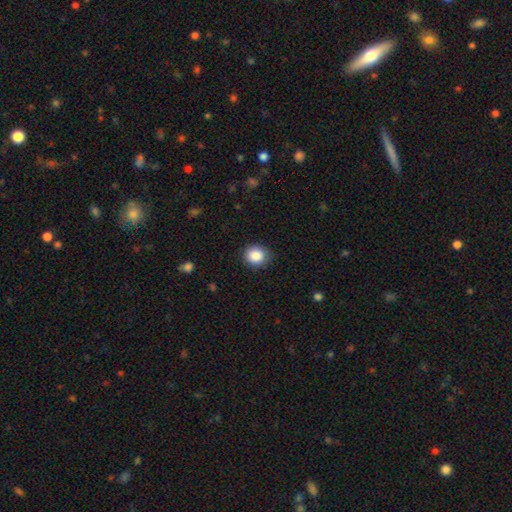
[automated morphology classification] Q: Smooth or featured?
A: smooth (87%); runner-up: star or artifact (9%)
Q: How rounded?
A: round (79%); runner-up: in between (20%)
Q: Merging?
A: none (85%); runner-up: minor disturbance (12%)